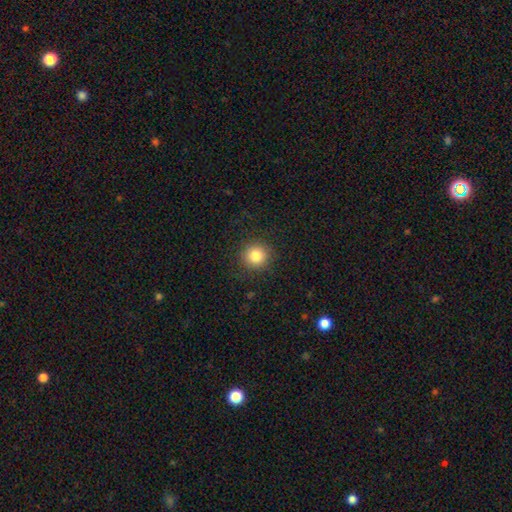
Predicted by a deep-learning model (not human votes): Morphology: type=smooth (83%); roundness=round (94%); merging=none (90%).